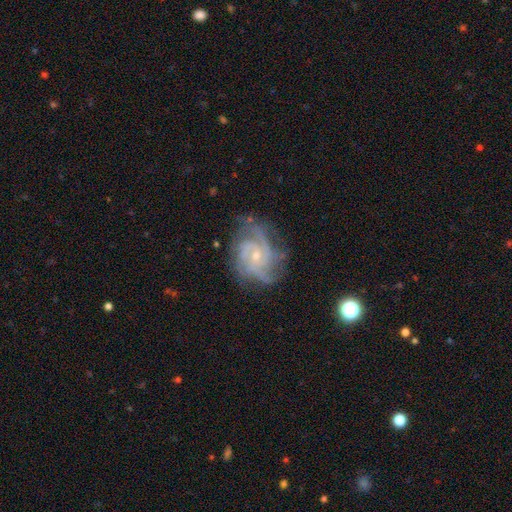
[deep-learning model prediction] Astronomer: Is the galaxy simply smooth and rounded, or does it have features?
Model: featured or disk — 89%.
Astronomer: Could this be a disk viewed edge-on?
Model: no — 98%.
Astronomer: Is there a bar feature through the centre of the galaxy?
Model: no — 64%.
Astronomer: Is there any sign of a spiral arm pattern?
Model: yes — 97%.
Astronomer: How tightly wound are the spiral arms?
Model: tight — 48% (runner-up: medium, 43%).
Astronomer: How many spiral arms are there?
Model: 3 — 37% (runner-up: 4, 19%).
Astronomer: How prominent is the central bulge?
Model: small — 74%.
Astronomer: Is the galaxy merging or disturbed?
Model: none — 68%.